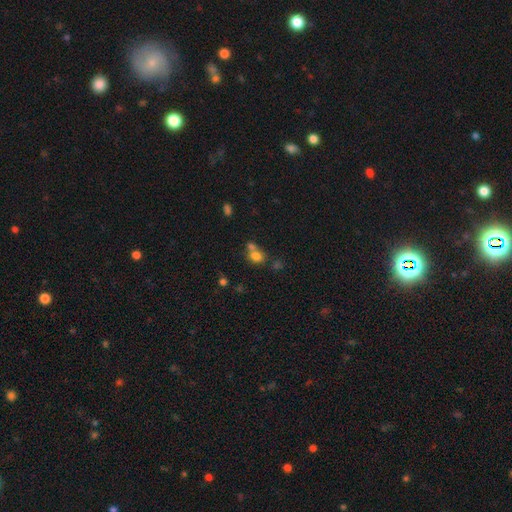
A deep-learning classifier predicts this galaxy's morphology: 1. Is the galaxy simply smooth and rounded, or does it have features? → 75% smooth, 14% star or artifact, 11% featured or disk.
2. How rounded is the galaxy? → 50% in between, 49% round, 1% cigar-shaped.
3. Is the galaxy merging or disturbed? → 46% merger, 39% none, 10% minor disturbance, 5% major disturbance.